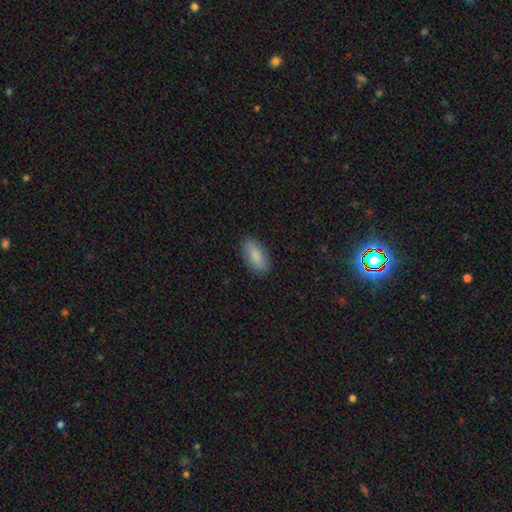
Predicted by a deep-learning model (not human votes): This is clearly a smooth galaxy (85%). How rounded: clearly in between (90%). Merging: clearly none (86%).